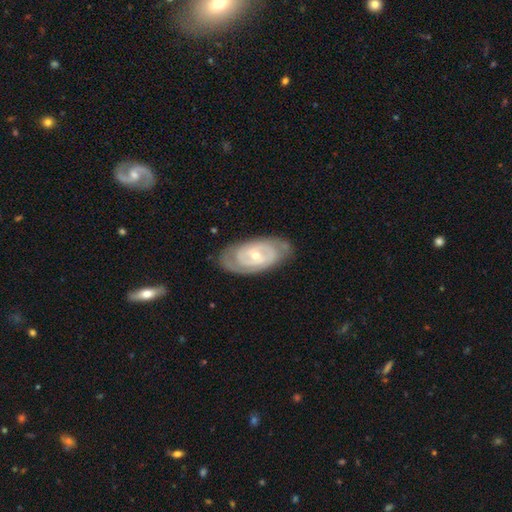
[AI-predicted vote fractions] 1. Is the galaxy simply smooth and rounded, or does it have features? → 81% featured or disk, 14% smooth, 5% star or artifact.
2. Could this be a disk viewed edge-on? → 94% no, 6% yes.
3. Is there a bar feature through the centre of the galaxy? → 53% no, 34% weak, 13% strong.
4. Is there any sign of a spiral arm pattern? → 84% yes, 16% no.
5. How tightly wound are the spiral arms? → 66% tight, 27% medium, 7% loose.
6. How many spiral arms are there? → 62% 2, 25% can't tell, 6% 3, 3% 1, 2% 4, 2% more than 4.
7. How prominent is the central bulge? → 59% small, 38% moderate, 1% large, 1% none, 1% dominant.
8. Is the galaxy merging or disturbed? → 77% none, 16% minor disturbance, 5% major disturbance, 1% merger.